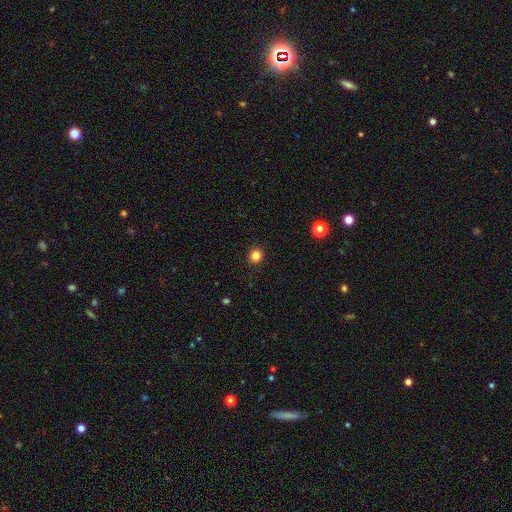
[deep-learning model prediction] Smooth or featured?
  - smooth: 84% *
  - star or artifact: 12%
  - featured or disk: 4%
How rounded?
  - round: 90% *
  - in between: 9%
  - cigar-shaped: 1%
Merging?
  - none: 92% *
  - minor disturbance: 5%
  - major disturbance: 2%
  - merger: 1%